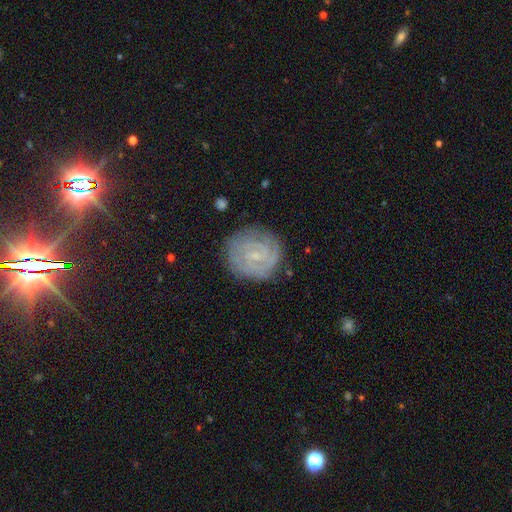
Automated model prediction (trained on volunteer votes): The model was most divided on "bar": no: 46%, weak: 43%, strong: 11%. Remaining: edge-on disk — no (97%); spiral arms — yes (89%); merging — none (81%); bulge size — small (77%); spiral winding — tight (73%); smooth or featured — featured or disk (65%); spiral arm count — can't tell (42%).